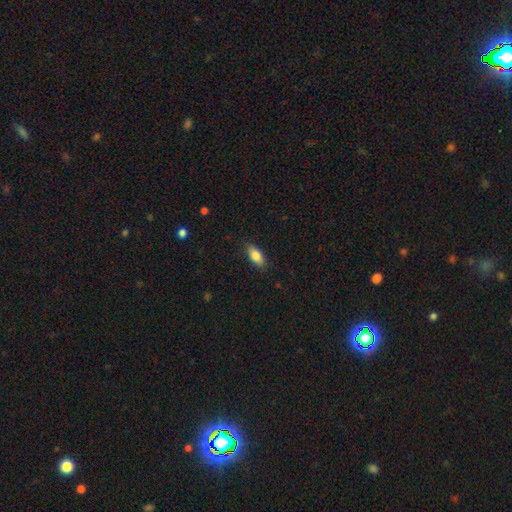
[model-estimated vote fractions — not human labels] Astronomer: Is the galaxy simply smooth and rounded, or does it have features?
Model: smooth — 81%.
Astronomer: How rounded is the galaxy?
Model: in between — 84%.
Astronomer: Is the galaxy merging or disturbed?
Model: none — 85%.